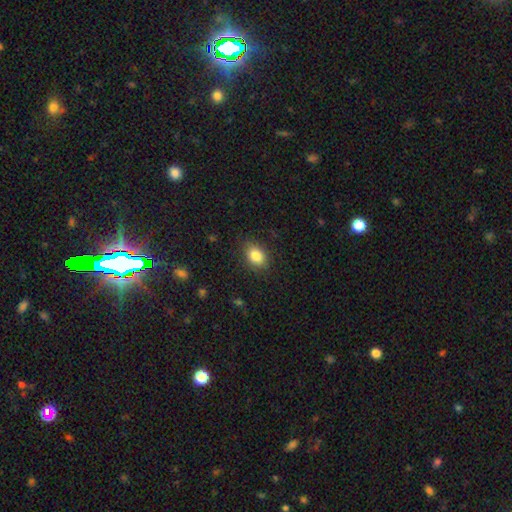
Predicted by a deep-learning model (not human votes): The model was most divided on "how rounded": in between: 73%, round: 25%, cigar-shaped: 1%. More confident: smooth or featured — smooth (84%); merging — none (84%).